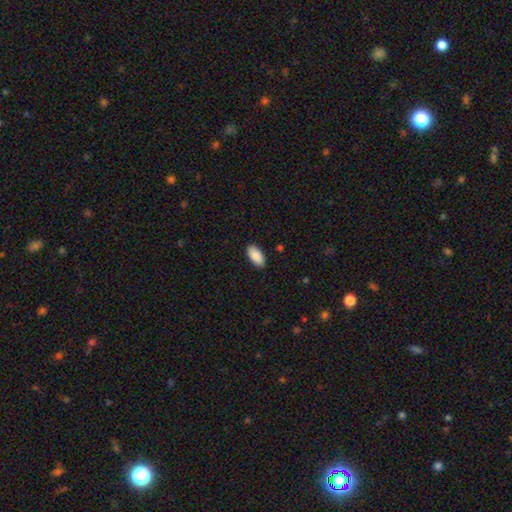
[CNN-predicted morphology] A smooth galaxy with no disk features (90%) that is in between round and cigar-shaped (93%).

Vote fractions:
- Smooth or featured? smooth: 90% / star or artifact: 6% / featured or disk: 4%
- How rounded? in between: 93% / cigar-shaped: 5% / round: 2%
- Merging? none: 89% / minor disturbance: 8% / major disturbance: 2% / merger: 1%